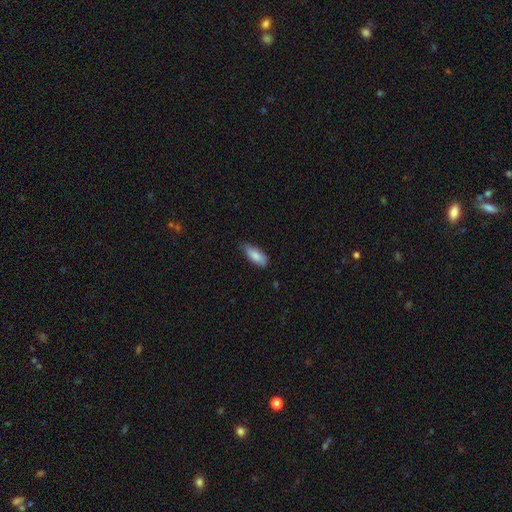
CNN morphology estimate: type=smooth (84%); roundness=in between (76%); merging=none (69%).